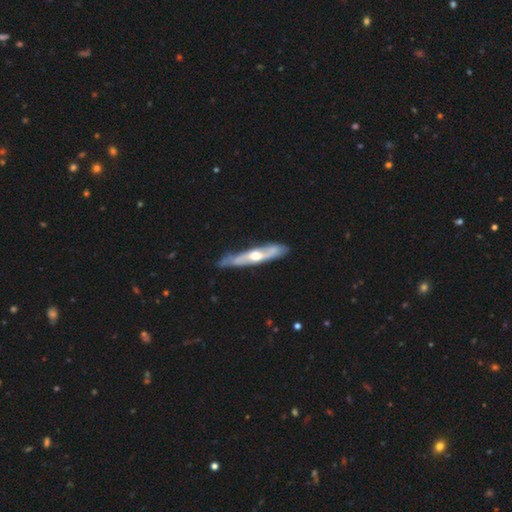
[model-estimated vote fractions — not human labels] featured or disk 69%, smooth 27%, star or artifact 4%. Down the decision tree: edge-on disk — yes (59%); merging — none (75%).